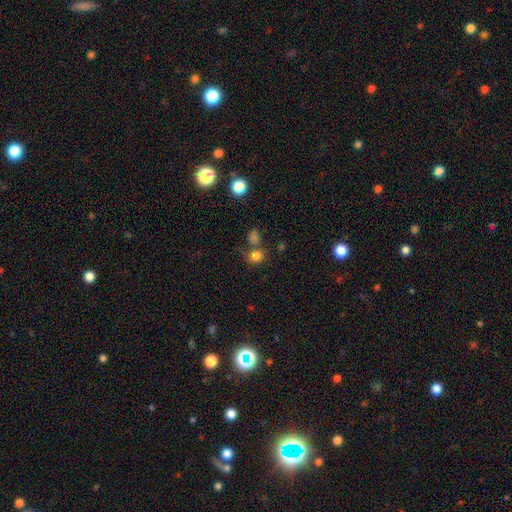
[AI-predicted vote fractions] Smooth or featured? smooth (79%)
How rounded? round (68%)
Merging? none (54%)